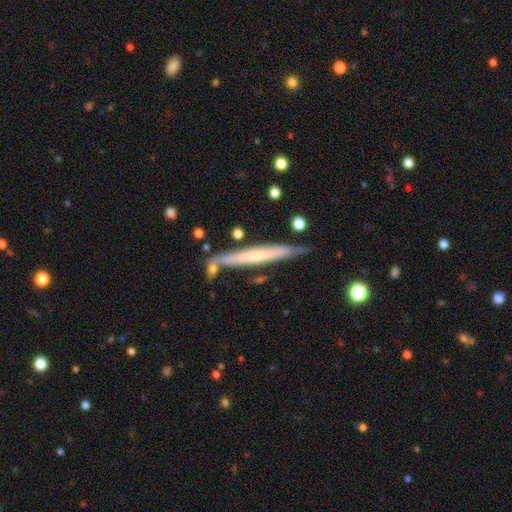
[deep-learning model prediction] Overall: featured or disk (51%; smooth 43%). Edge-on disk: yes (93%). Merging: none (75%).